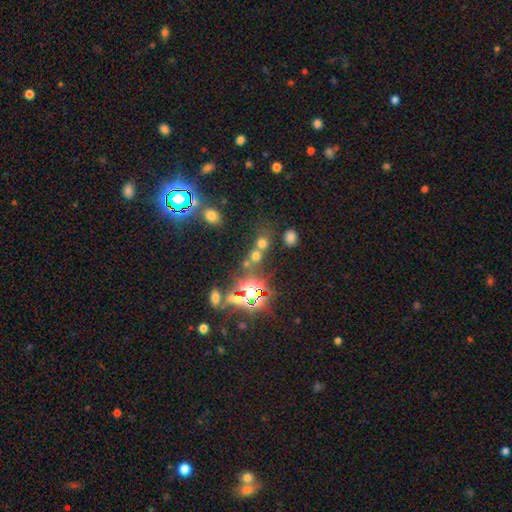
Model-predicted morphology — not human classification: Smooth or featured? smooth (49%)
Merging? none (49%)